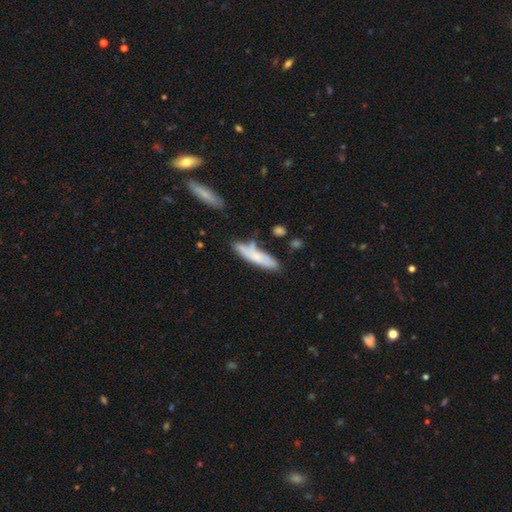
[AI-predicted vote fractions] smooth_or_featured: smooth (p=0.63) [alt: featured or disk p=0.30]
how_rounded: cigar-shaped (p=0.70) [alt: in between p=0.28]
merging: none (p=0.58) [alt: minor disturbance p=0.24]